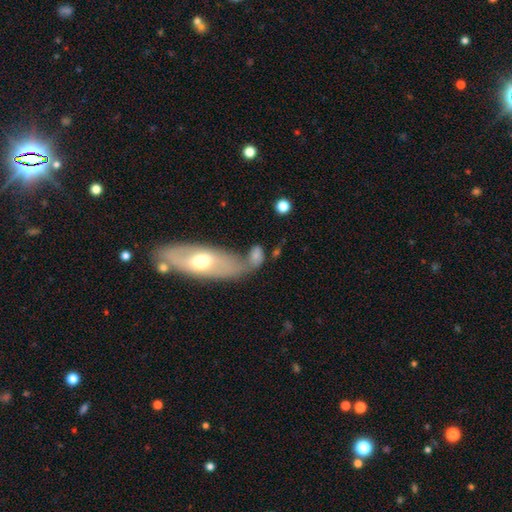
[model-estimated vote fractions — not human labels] Smooth or featured?
  - smooth: 59% *
  - featured or disk: 31%
  - star or artifact: 10%
How rounded?
  - in between: 65% *
  - cigar-shaped: 22%
  - round: 14%
Merging?
  - none: 46% *
  - merger: 32%
  - minor disturbance: 14%
  - major disturbance: 8%